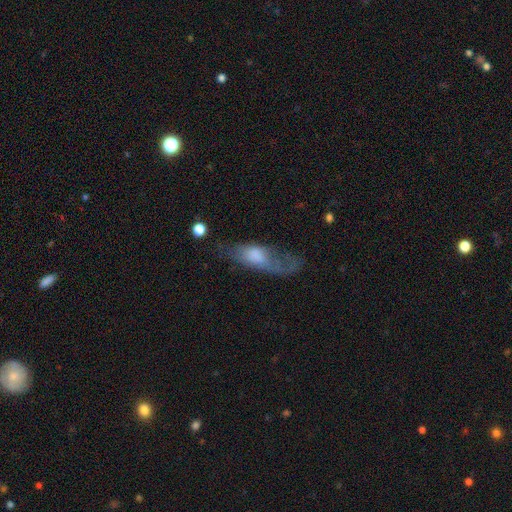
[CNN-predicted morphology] Q: Smooth or featured?
A: smooth (54%); runner-up: featured or disk (38%)
Q: How rounded?
A: in between (74%); runner-up: cigar-shaped (21%)
Q: Merging?
A: major disturbance (37%); runner-up: none (34%)